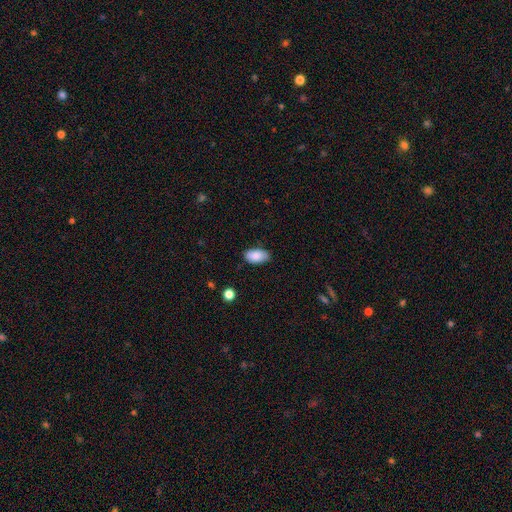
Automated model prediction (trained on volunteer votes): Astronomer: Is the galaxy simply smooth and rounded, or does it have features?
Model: smooth — 86%.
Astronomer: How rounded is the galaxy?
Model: in between — 94%.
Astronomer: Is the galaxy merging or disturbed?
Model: none — 83%.